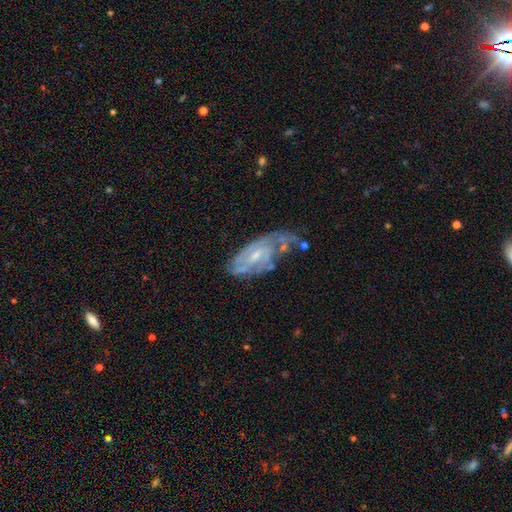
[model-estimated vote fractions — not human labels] This is likely a featured or disk galaxy (77%). It is clearly not viewed edge-on (93%). Bar: possibly weak (47%). Spiral arm pattern: clearly yes (84%). Spiral arm count: marginally can't tell (39%). Spiral winding: possibly tight (46%). Central bulge: possibly small (55%). Merging: marginally none (38%).